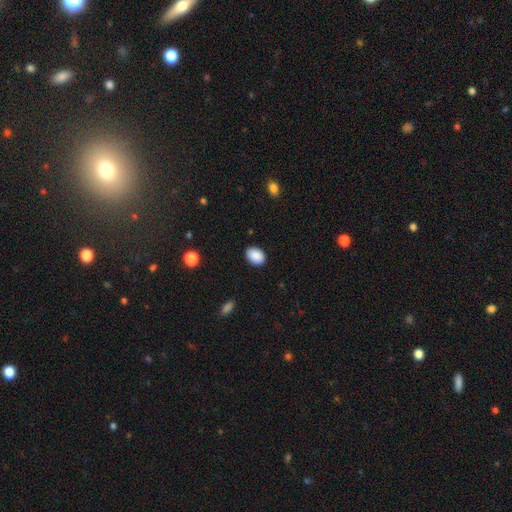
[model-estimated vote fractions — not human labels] Overall: smooth (90%). How rounded: in between (77%). Merging: none (88%).